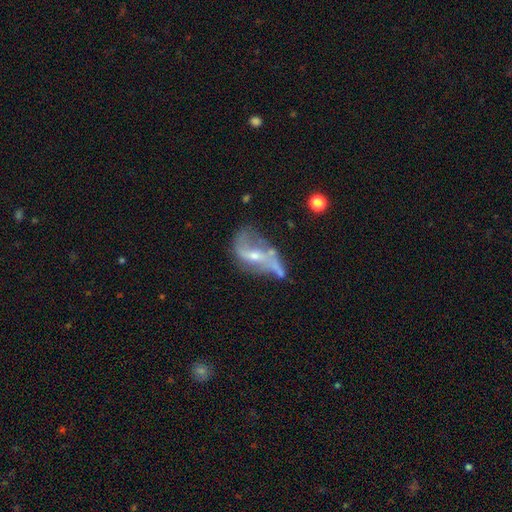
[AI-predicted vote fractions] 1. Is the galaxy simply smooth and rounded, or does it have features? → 76% featured or disk, 15% smooth, 10% star or artifact.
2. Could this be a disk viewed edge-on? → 93% no, 7% yes.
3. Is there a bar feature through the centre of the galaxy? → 44% no, 38% weak, 18% strong.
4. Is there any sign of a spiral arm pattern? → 74% yes, 26% no.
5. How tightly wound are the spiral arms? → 75% loose, 18% medium, 7% tight.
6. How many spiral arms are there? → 75% 2, 11% can't tell, 8% 1, 3% 3, 1% 4, 1% more than 4.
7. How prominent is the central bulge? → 54% small, 37% moderate, 6% none, 2% large, 1% dominant.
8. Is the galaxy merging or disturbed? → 34% none, 27% major disturbance, 23% minor disturbance, 16% merger.